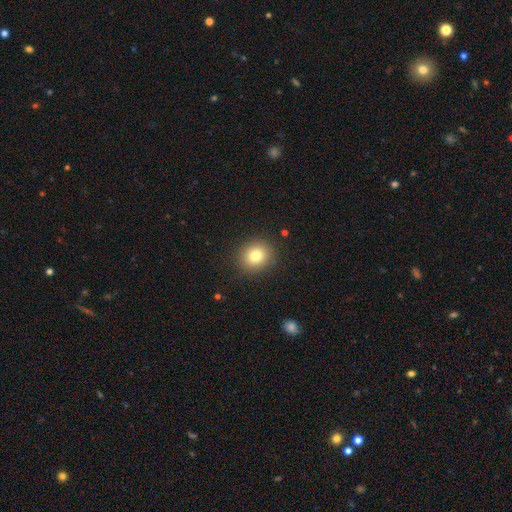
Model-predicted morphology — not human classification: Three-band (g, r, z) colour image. It shows a smooth galaxy with no disk features (79%) that is round (83%). Merging: none (89%).